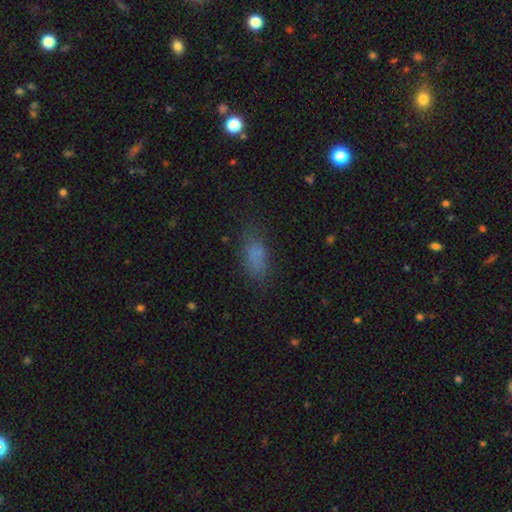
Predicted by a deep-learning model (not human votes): Smooth or featured? smooth (78%)
How rounded? in between (83%)
Merging? none (70%)